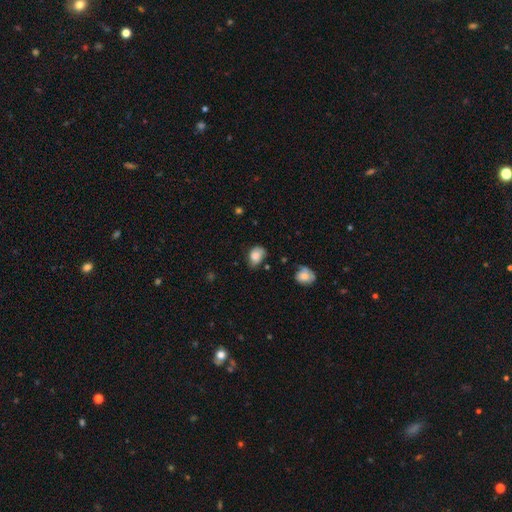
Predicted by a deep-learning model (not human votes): A smooth galaxy with no disk features (79%) that is in between round and cigar-shaped (76%). Merging: none (50%).